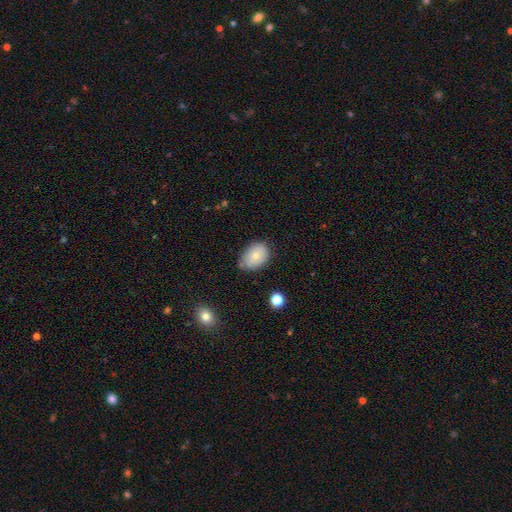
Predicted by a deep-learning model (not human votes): This appears to be a smooth galaxy with no disk features (74%) that is in between round and cigar-shaped (80%). Merging: none (66%).